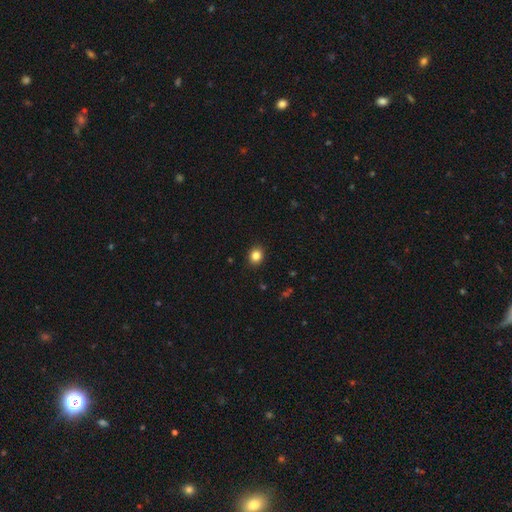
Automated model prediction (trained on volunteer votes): smooth 84%, star or artifact 11%, featured or disk 5%. Down the decision tree: how rounded — round (67%); merging — none (91%).